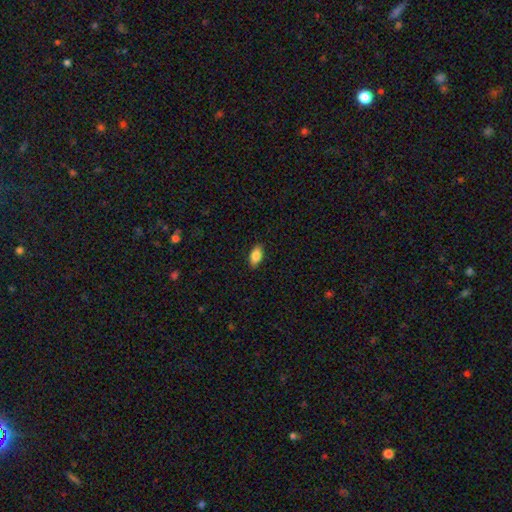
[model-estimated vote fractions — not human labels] Smooth or featured? Predicted: smooth (p=0.86). How rounded? Predicted: in between (p=0.91). Merging? Predicted: none (p=0.88).